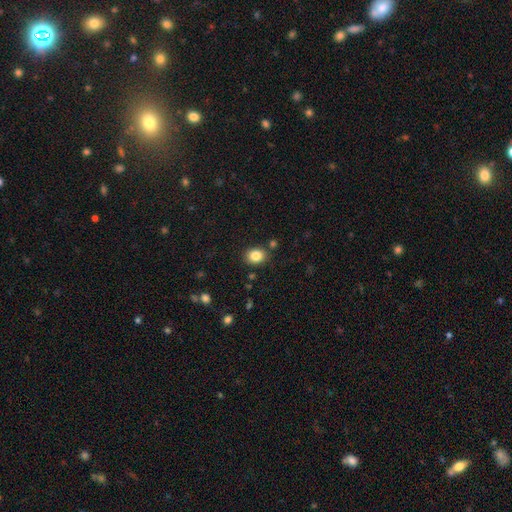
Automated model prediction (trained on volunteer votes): A smooth galaxy with no disk features (85%) that is in between round and cigar-shaped (50%). Merging: none (85%).